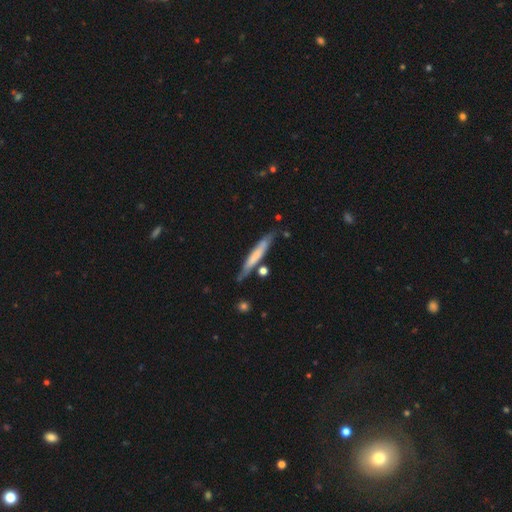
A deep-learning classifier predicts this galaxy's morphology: type=smooth (56%); roundness=cigar-shaped (94%); merging=none (77%).